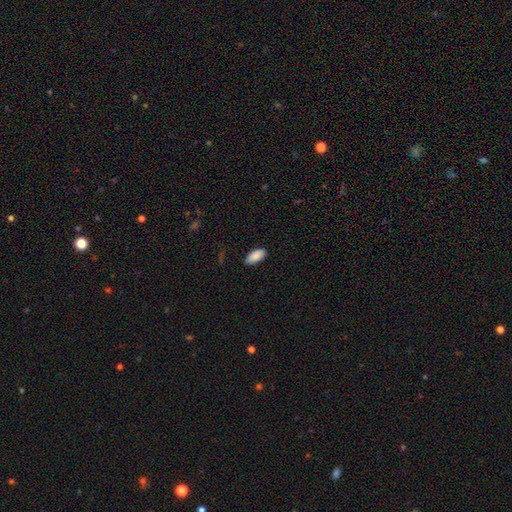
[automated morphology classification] smooth 89%, star or artifact 6%, featured or disk 4%. Down the decision tree: how rounded — in between (91%); merging — none (86%).